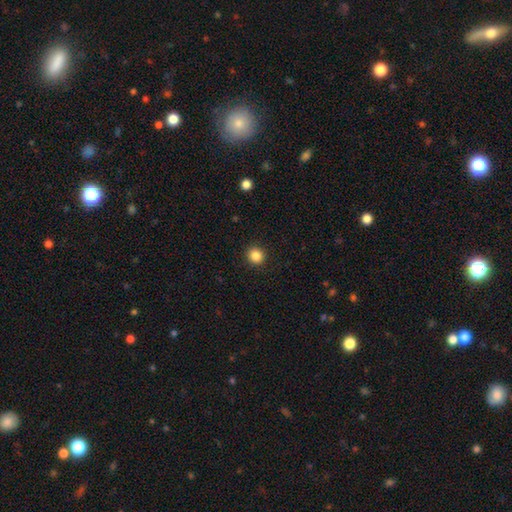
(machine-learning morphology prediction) Smooth or featured? smooth (86%)
How rounded? round (91%)
Merging? none (92%)